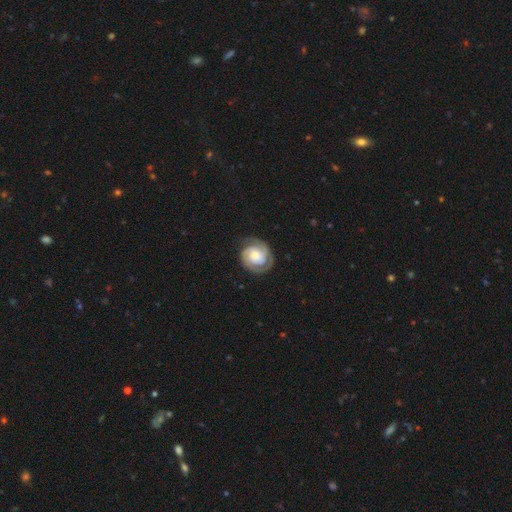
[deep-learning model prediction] Smooth or featured? featured or disk (77%)
Edge-on disk? no (98%)
Bar? no (71%)
Spiral arms? yes (95%)
Spiral winding? tight (67%)
Spiral arm count? 2 (72%)
Bulge size? moderate (34%)
Merging? none (75%)